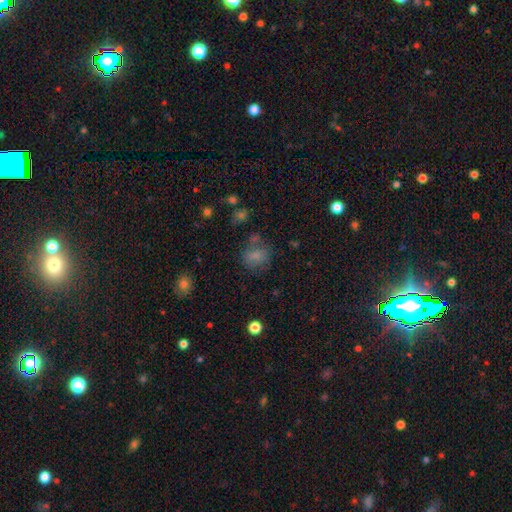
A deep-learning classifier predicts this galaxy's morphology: This is likely a smooth galaxy (74%). How rounded: likely round (69%). Merging: likely none (61%).